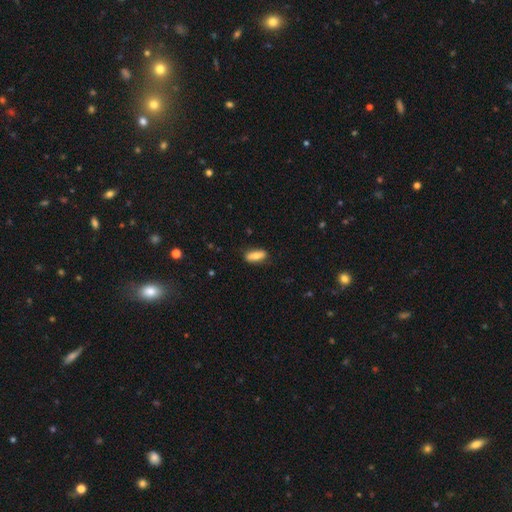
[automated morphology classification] Smooth or featured: smooth — 80% (featured or disk — 13%)
How rounded: in between — 68% (cigar-shaped — 30%)
Merging: none — 83% (minor disturbance — 13%)